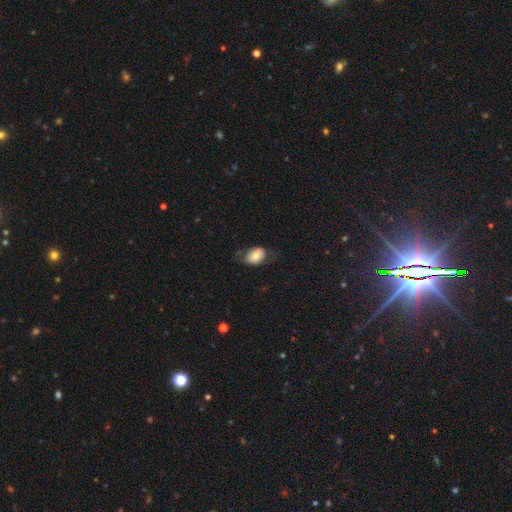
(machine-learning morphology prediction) This is likely a smooth galaxy (72%). How rounded: likely in between (79%). Merging: likely none (62%).